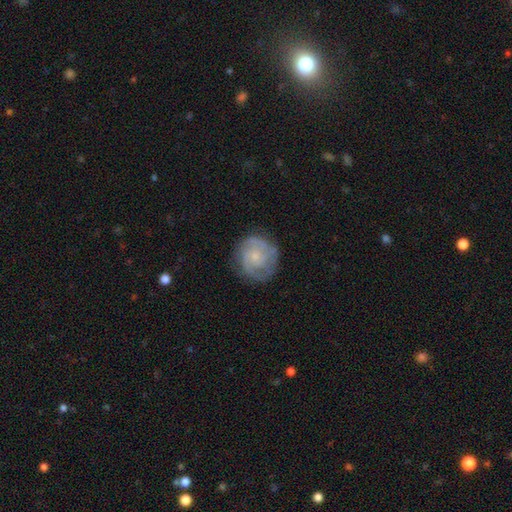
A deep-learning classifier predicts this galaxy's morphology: type=featured or disk (72%); edge-on=no (98%); bar=no (75%); spiral arms=yes (91%); winding=tight (58%); arm count=2 (37%); bulge=small (70%); merging=none (77%).